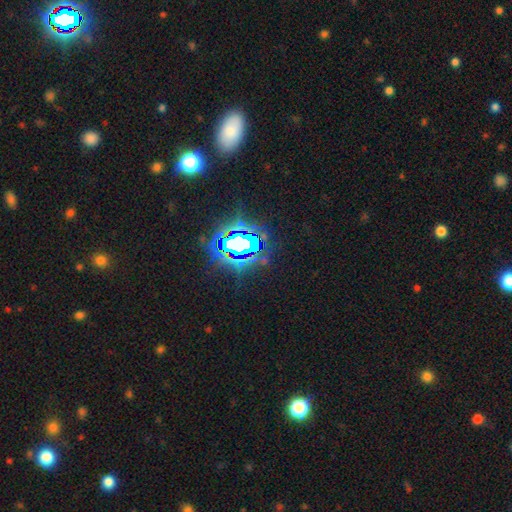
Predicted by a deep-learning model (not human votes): smooth-or-featured: star or artifact: 81% | smooth: 12% | featured or disk: 7%